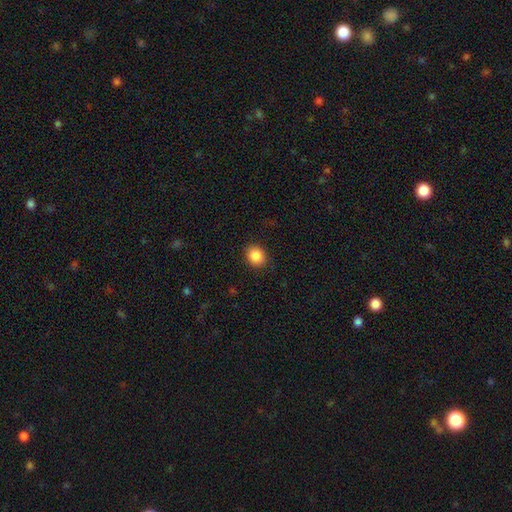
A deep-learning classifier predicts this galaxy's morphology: Q: Smooth or featured?
A: smooth (88%); runner-up: star or artifact (9%)
Q: How rounded?
A: round (65%); runner-up: in between (34%)
Q: Merging?
A: none (88%); runner-up: minor disturbance (8%)